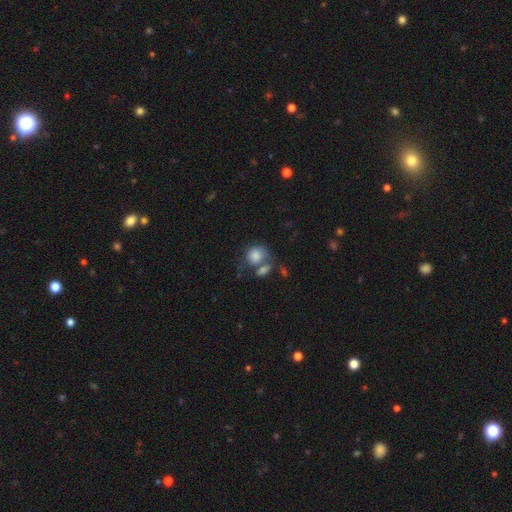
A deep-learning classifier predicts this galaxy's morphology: A smooth galaxy with no disk features (81%) that is round (65%). Merging: none (37%, tied with merger).